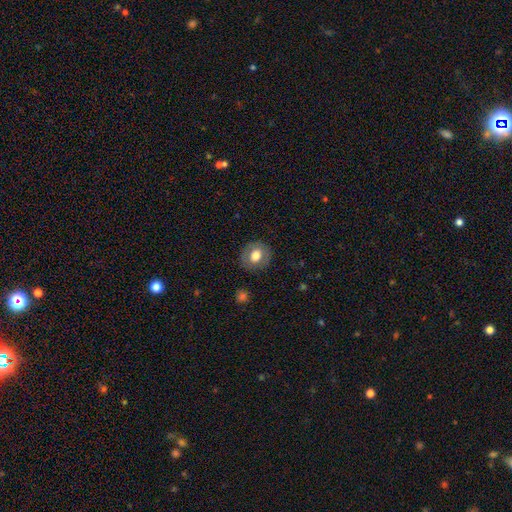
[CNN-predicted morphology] type=smooth (71%); roundness=round (75%); merging=none (86%).